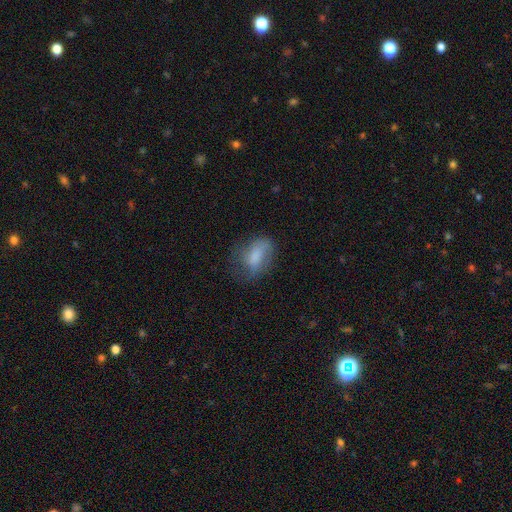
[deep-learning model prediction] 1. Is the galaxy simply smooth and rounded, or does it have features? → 66% smooth, 25% featured or disk, 9% star or artifact.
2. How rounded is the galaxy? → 84% in between, 12% round, 4% cigar-shaped.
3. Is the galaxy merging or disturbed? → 49% none, 29% minor disturbance, 21% major disturbance, 2% merger.